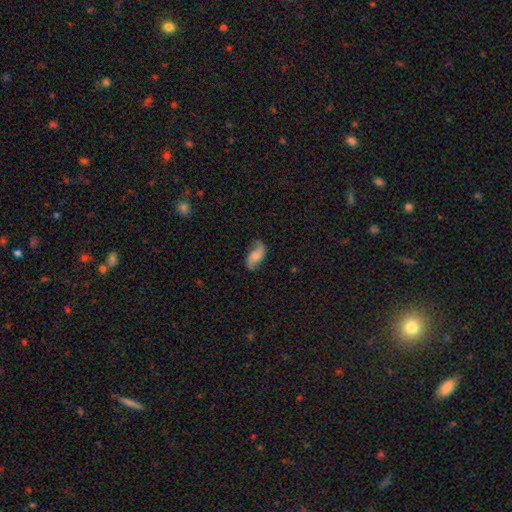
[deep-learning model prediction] Smooth or featured?
  - featured or disk: 67% *
  - smooth: 25%
  - star or artifact: 8%
Edge-on disk?
  - no: 95% *
  - yes: 5%
Bar?
  - no: 57% *
  - weak: 33%
  - strong: 9%
Spiral arms?
  - yes: 94% *
  - no: 6%
Spiral winding?
  - loose: 71% *
  - medium: 22%
  - tight: 7%
Spiral arm count?
  - 2: 90% *
  - 1: 4%
  - can't tell: 3%
  - 3: 1%
  - 4: 1%
  - more than 4: 1%
Bulge size?
  - moderate: 33% *
  - small: 30%
  - none: 23%
  - large: 11%
  - dominant: 2%
Merging?
  - none: 75% *
  - minor disturbance: 17%
  - major disturbance: 6%
  - merger: 2%